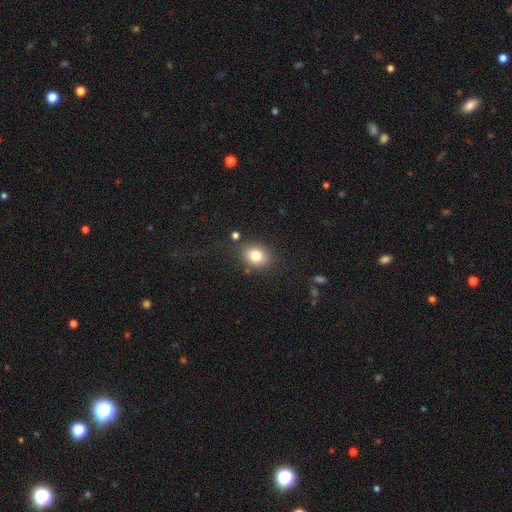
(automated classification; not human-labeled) smooth_or_featured: smooth (p=0.80) [alt: star or artifact p=0.11]
how_rounded: in between (p=0.52) [alt: round p=0.47]
merging: none (p=0.80) [alt: minor disturbance p=0.12]